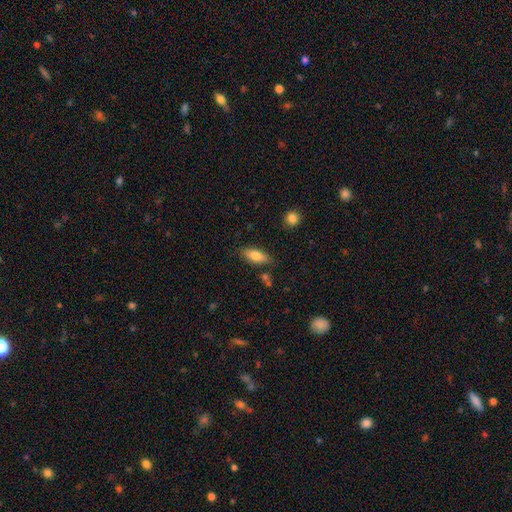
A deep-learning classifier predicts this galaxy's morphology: type=smooth (76%); roundness=in between (78%); merging=none (80%).